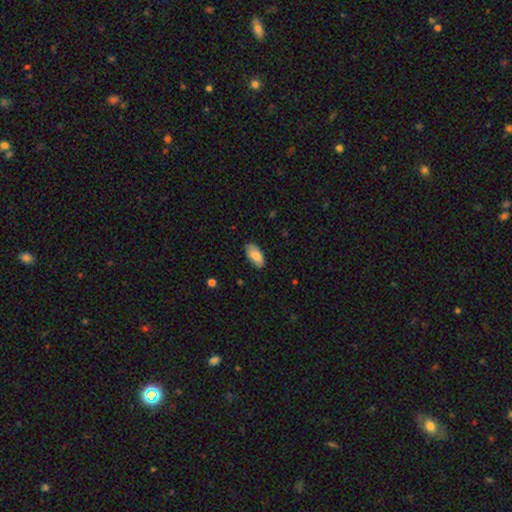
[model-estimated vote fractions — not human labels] Q: Smooth or featured?
A: smooth (80%); runner-up: featured or disk (14%)
Q: How rounded?
A: in between (93%); runner-up: cigar-shaped (5%)
Q: Merging?
A: none (83%); runner-up: minor disturbance (13%)